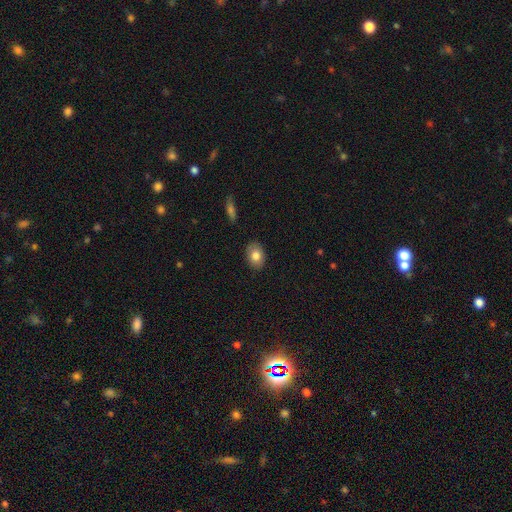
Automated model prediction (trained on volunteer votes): Q: Smooth or featured?
A: smooth (81%); runner-up: featured or disk (11%)
Q: How rounded?
A: in between (79%); runner-up: round (20%)
Q: Merging?
A: none (86%); runner-up: minor disturbance (10%)